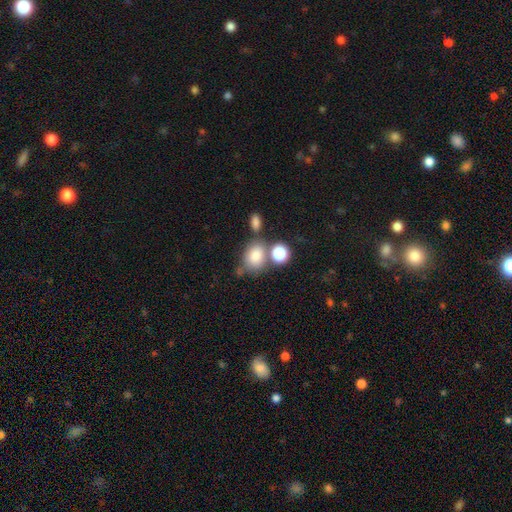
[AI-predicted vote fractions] smooth 78%, star or artifact 12%, featured or disk 11%. Down the decision tree: how rounded — in between (53%); merging — none (54%).